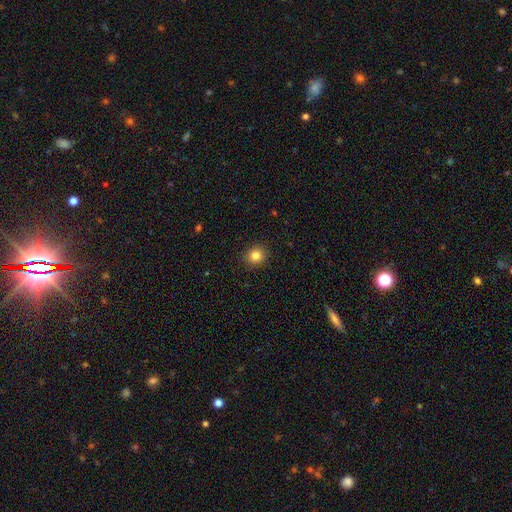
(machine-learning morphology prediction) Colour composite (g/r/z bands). It shows a smooth galaxy with no disk features (83%) that is round (84%). Merging: none (91%).